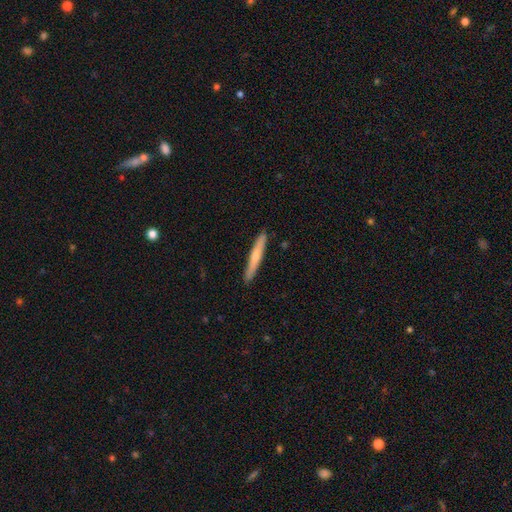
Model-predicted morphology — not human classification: A smooth galaxy with no disk features (55%) that is cigar-shaped (95%).

Vote fractions:
- Smooth or featured? smooth: 55% / featured or disk: 40% / star or artifact: 5%
- How rounded? cigar-shaped: 95% / in between: 3% / round: 1%
- Merging? none: 90% / minor disturbance: 7% / major disturbance: 1% / merger: 1%